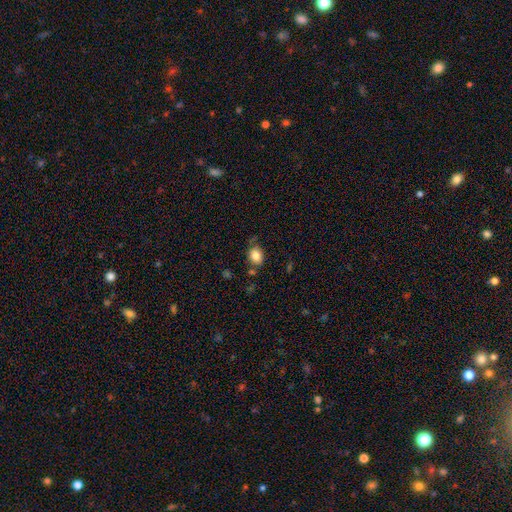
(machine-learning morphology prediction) smooth_or_featured: smooth (p=0.84) [alt: star or artifact p=0.09]
how_rounded: in between (p=0.58) [alt: round p=0.41]
merging: none (p=0.69) [alt: minor disturbance p=0.20]